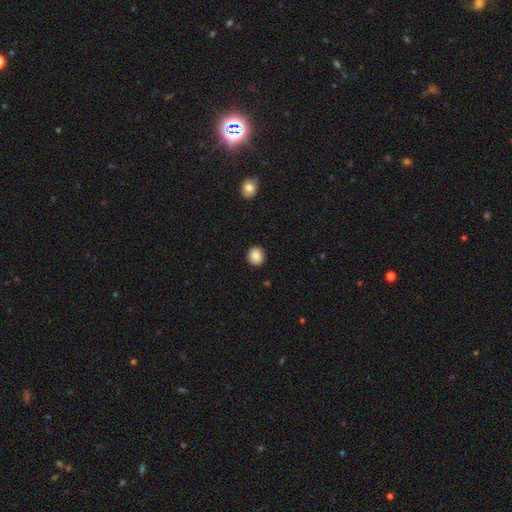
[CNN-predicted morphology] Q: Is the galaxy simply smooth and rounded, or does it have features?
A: smooth — 88%.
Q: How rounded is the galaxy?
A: round — 85%.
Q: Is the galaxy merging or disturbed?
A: none — 90%.